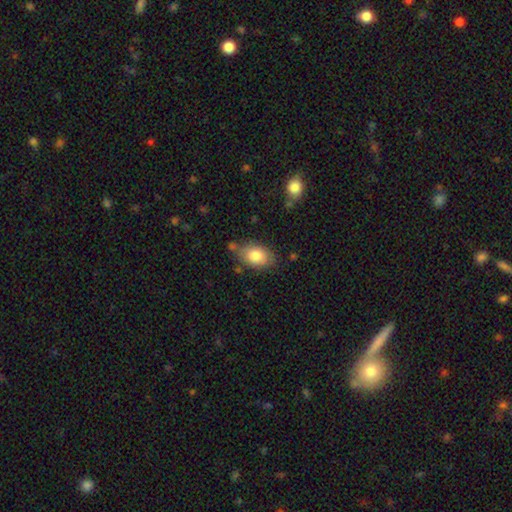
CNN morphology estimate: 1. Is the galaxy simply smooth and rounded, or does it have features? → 81% smooth, 12% featured or disk, 7% star or artifact.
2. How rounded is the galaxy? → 87% in between, 12% round, 1% cigar-shaped.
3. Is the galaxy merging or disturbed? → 68% none, 21% minor disturbance, 5% merger, 5% major disturbance.